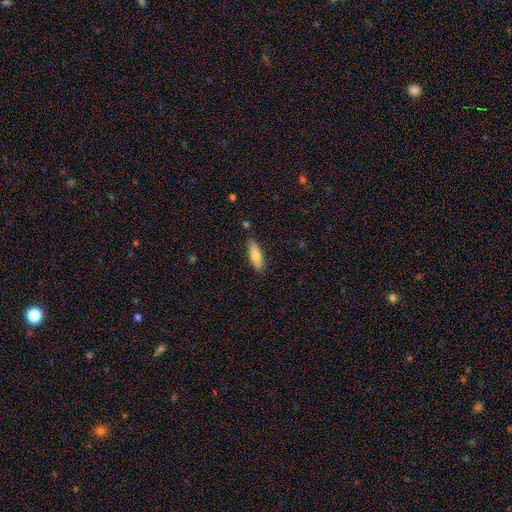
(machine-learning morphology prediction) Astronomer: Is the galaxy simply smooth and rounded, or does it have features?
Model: smooth — 74%.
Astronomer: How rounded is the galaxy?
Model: in between — 58% (runner-up: cigar-shaped, 40%).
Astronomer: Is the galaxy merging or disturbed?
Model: none — 84%.